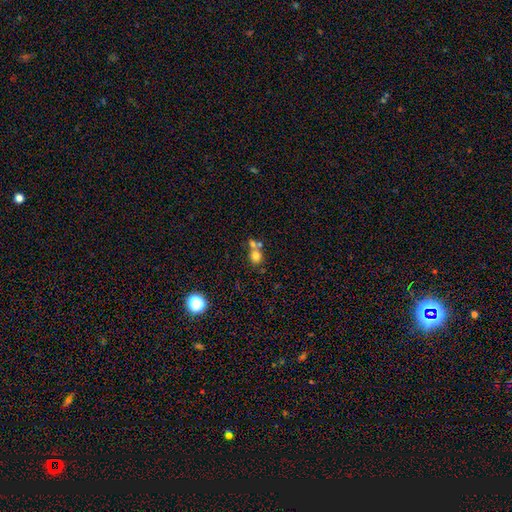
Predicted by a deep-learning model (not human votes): Smooth or featured? smooth (75%)
How rounded? round (78%)
Merging? merger (47%)